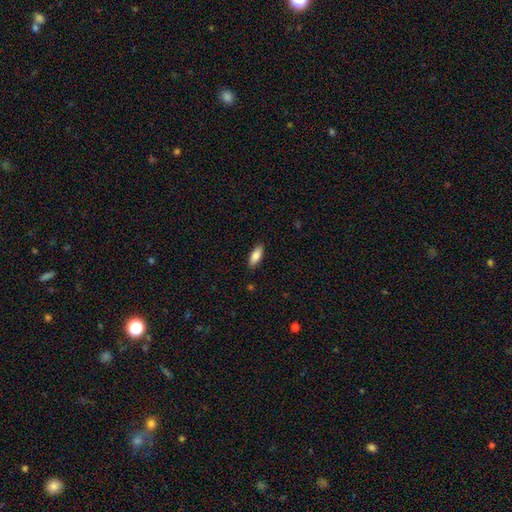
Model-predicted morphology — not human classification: A smooth galaxy with no disk features (82%) that is in between round and cigar-shaped (71%). Merging: none (88%).